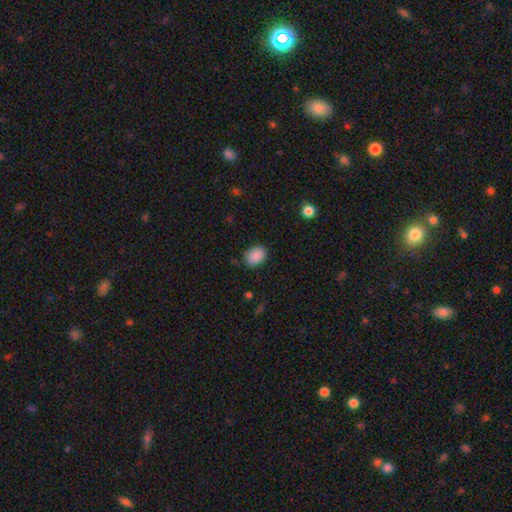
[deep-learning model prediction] The model was most divided on "how rounded": in between: 70%, round: 29%, cigar-shaped: 1%. More confident: smooth or featured — smooth (89%); merging — none (81%).